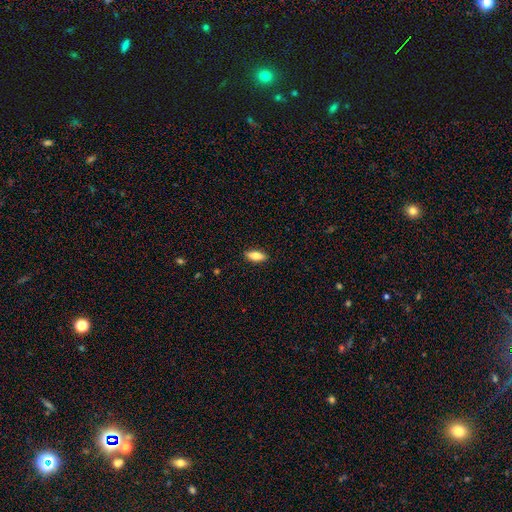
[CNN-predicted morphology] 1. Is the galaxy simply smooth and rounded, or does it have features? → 75% smooth, 18% featured or disk, 7% star or artifact.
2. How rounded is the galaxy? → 75% in between, 23% cigar-shaped, 2% round.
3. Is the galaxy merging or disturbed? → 89% none, 8% minor disturbance, 2% major disturbance, 1% merger.